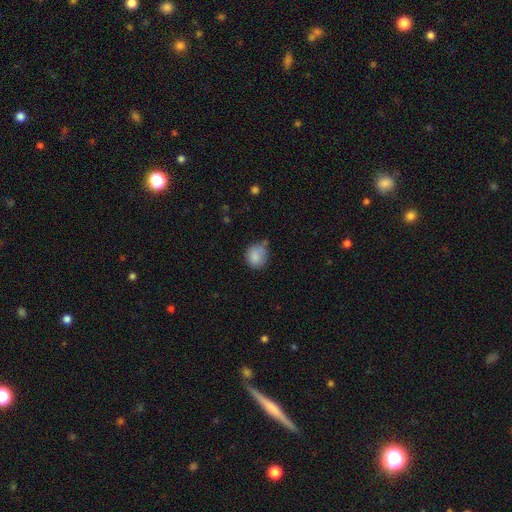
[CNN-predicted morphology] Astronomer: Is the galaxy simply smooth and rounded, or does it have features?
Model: smooth — 85%.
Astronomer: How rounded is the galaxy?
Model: round — 75%.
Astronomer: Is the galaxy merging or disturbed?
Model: none — 56%.